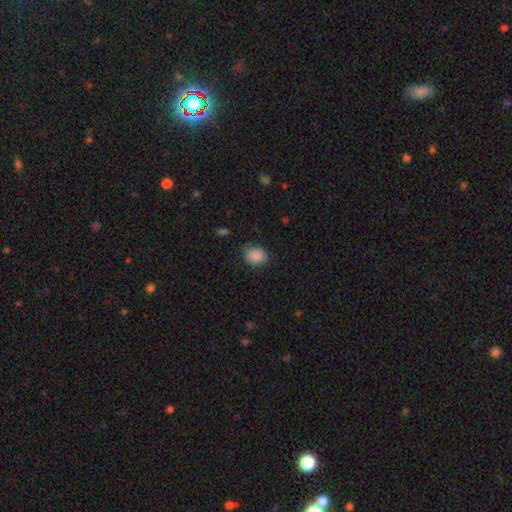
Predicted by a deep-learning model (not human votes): This appears to be a smooth galaxy with no disk features (87%) that is round (53%). Merging: none (73%).